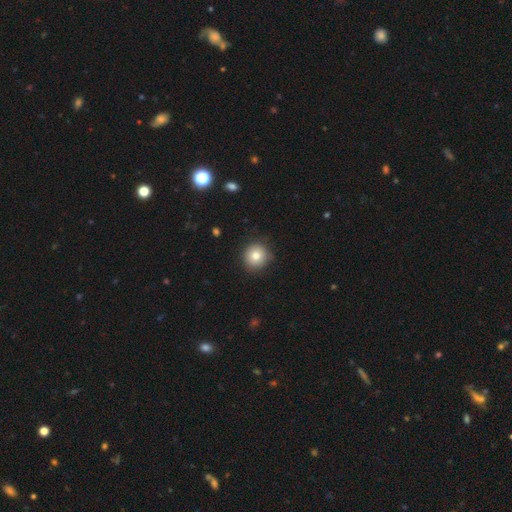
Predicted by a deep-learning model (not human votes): The model was most divided on "smooth or featured": smooth: 79%, featured or disk: 10%, star or artifact: 10%. More confident: how rounded — round (92%); merging — none (86%).